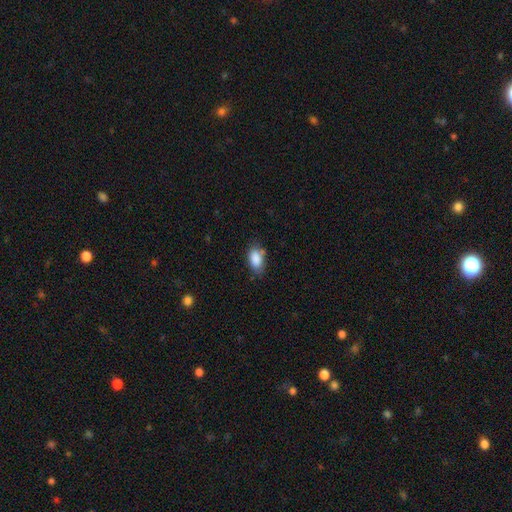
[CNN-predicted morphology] Smooth or featured?
  - smooth: 87% *
  - star or artifact: 8%
  - featured or disk: 5%
How rounded?
  - in between: 91% *
  - round: 6%
  - cigar-shaped: 3%
Merging?
  - none: 70% *
  - minor disturbance: 21%
  - major disturbance: 5%
  - merger: 4%